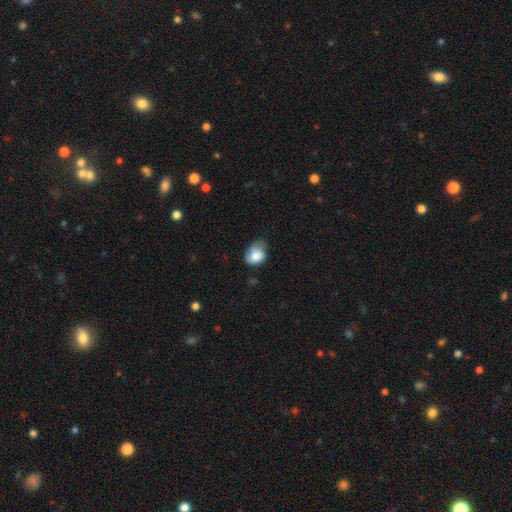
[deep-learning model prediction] Morphology: type=smooth (80%); roundness=in between (67%); merging=minor disturbance (46%).